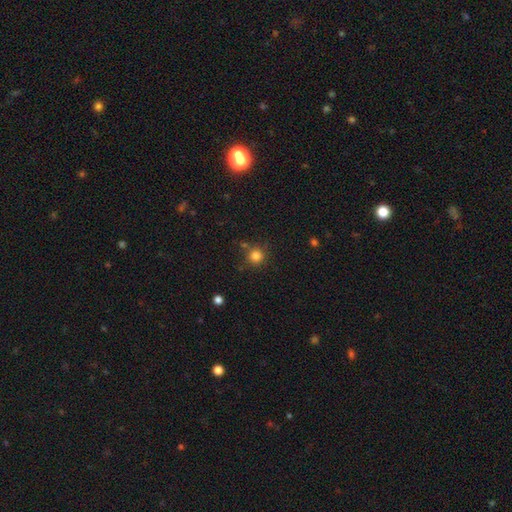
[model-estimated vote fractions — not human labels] Smooth or featured? Predicted: smooth (p=0.82). How rounded? Predicted: round (p=0.94). Merging? Predicted: none (p=0.79).